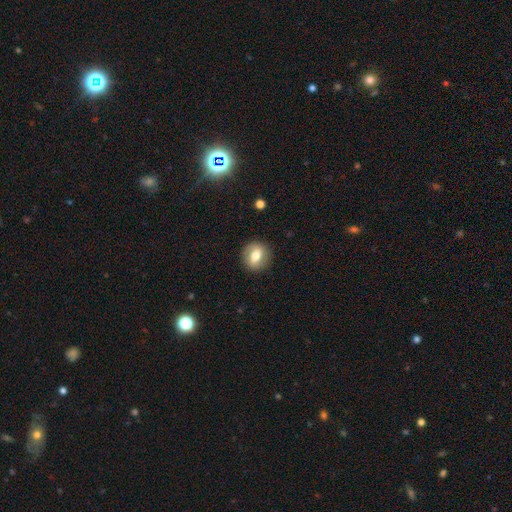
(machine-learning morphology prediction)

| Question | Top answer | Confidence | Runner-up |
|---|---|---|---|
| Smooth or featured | smooth | 61% | featured or disk (31%) |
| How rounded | round | 74% | in between (25%) |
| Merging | none | 87% | minor disturbance (9%) |